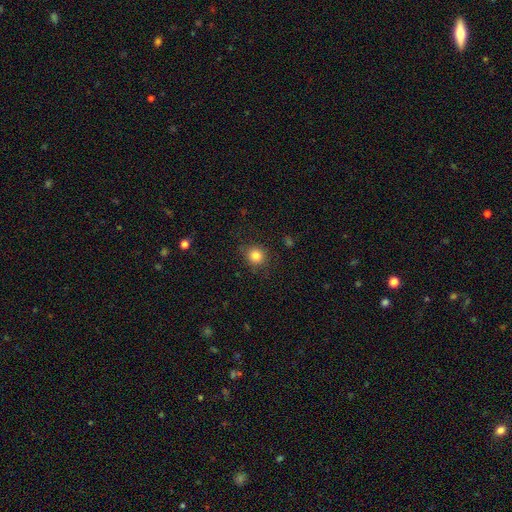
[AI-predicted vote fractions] Smooth or featured? smooth (83%)
How rounded? round (89%)
Merging? none (83%)